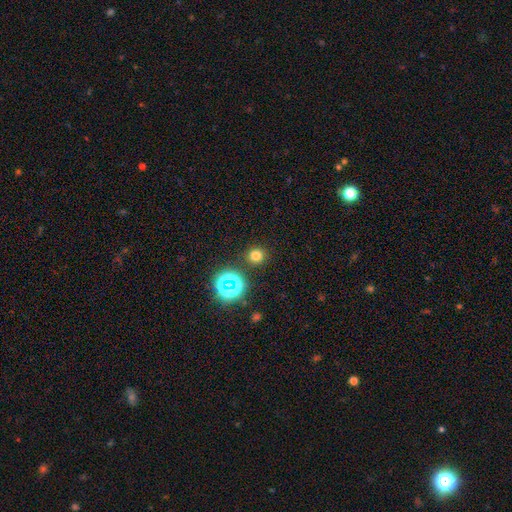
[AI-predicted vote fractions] This is likely a smooth galaxy (72%). How rounded: clearly round (91%). Merging: clearly none (89%).